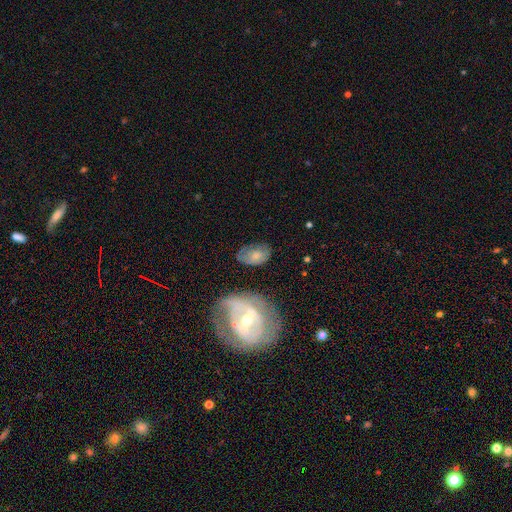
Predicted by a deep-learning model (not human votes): smooth 56%, featured or disk 34%, star or artifact 9%. Down the decision tree: how rounded — in between (88%); merging — none (57%).